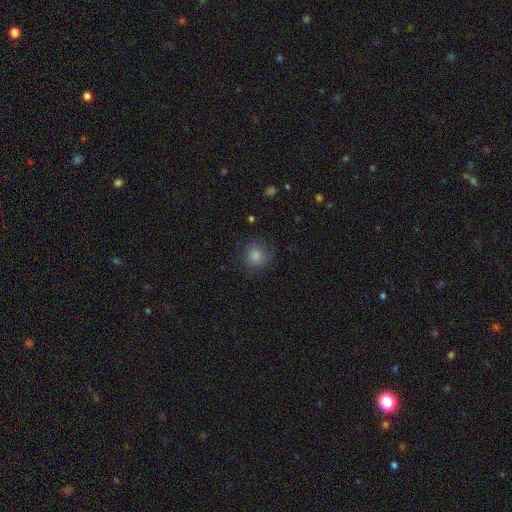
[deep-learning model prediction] Smooth or featured? Predicted: smooth (p=0.83). How rounded? Predicted: round (p=0.88). Merging? Predicted: none (p=0.76).